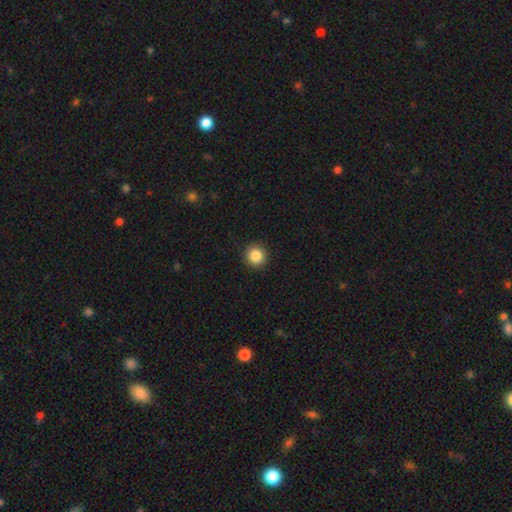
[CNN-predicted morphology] Overall: smooth (86%). How rounded: round (95%). Merging: none (93%).